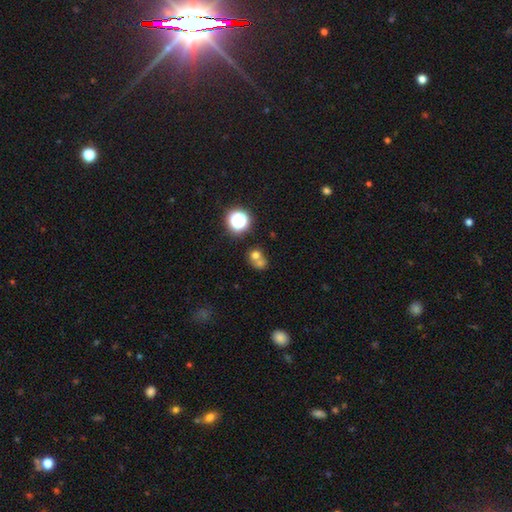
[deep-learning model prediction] A smooth galaxy with no disk features (65%) that is round (70%). Merging: merger (56%).